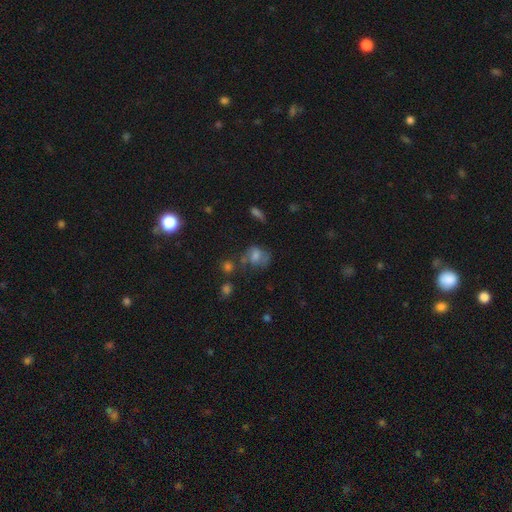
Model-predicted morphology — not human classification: A smooth galaxy with no disk features (51%) that is round (51%). Merging: none (46%).